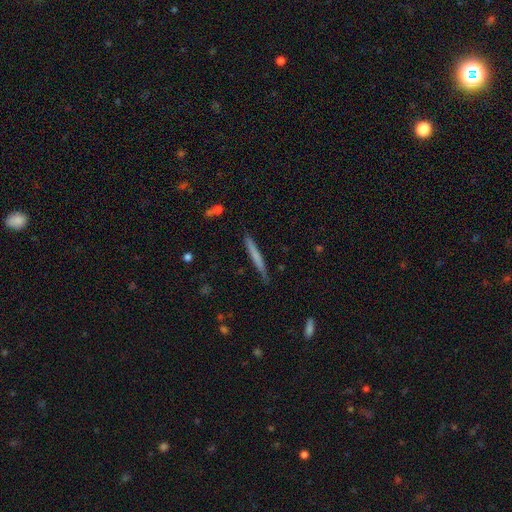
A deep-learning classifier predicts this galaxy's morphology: Smooth or featured: smooth — 63% (featured or disk — 32%)
How rounded: cigar-shaped — 97% (in between — 2%)
Merging: none — 84% (minor disturbance — 12%)